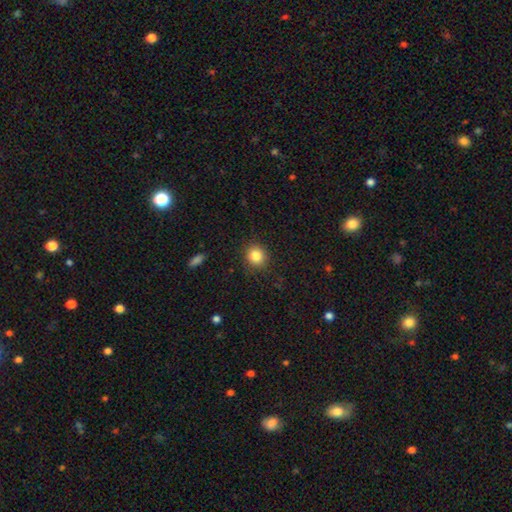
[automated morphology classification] Overall: smooth (83%). How rounded: round (87%). Merging: none (88%).